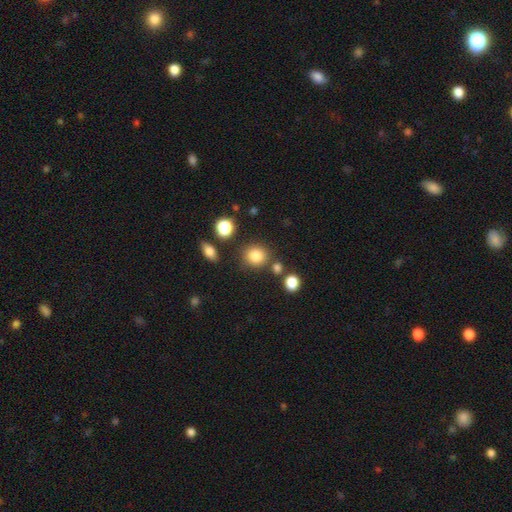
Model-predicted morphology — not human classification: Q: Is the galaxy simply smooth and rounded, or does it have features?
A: smooth — 83%.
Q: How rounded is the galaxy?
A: round — 82%.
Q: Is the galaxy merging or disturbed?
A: none — 77%.